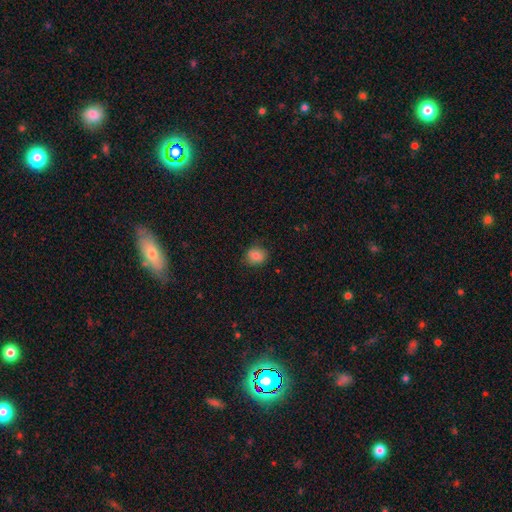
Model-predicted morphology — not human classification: Smooth or featured?
  - smooth: 83% *
  - star or artifact: 10%
  - featured or disk: 7%
How rounded?
  - round: 64% *
  - in between: 35%
  - cigar-shaped: 1%
Merging?
  - none: 81% *
  - minor disturbance: 14%
  - major disturbance: 3%
  - merger: 1%